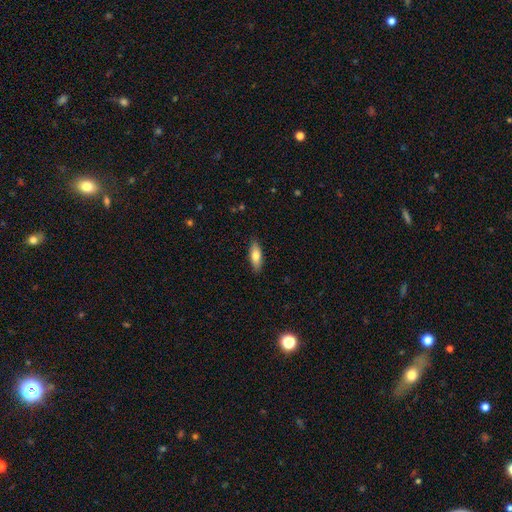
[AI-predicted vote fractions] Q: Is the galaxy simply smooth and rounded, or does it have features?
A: smooth — 74%.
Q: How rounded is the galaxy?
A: in between — 67%.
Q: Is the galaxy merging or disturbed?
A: none — 88%.